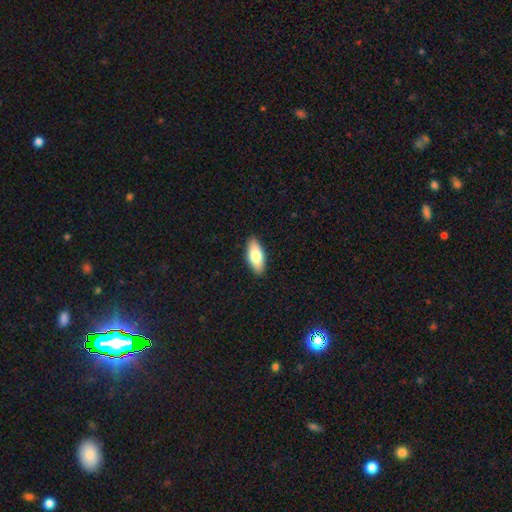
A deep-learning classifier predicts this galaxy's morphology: Smooth or featured: smooth — 76% (featured or disk — 18%)
How rounded: in between — 85% (cigar-shaped — 13%)
Merging: none — 90% (minor disturbance — 7%)